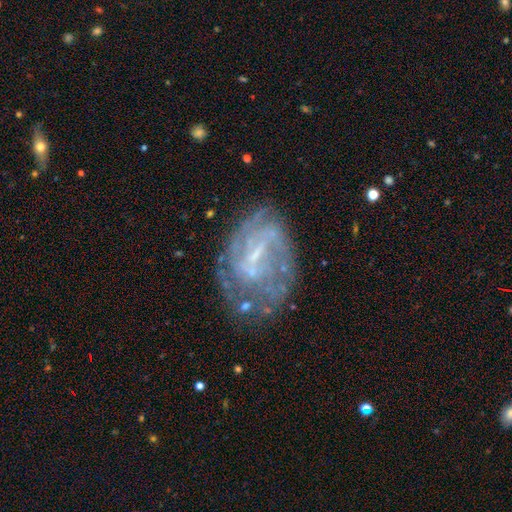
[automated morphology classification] A featured or disk galaxy (76%) with a weak bar (48%), spiral arms (68%) and a small central bulge (53%). Merging: none (53%).